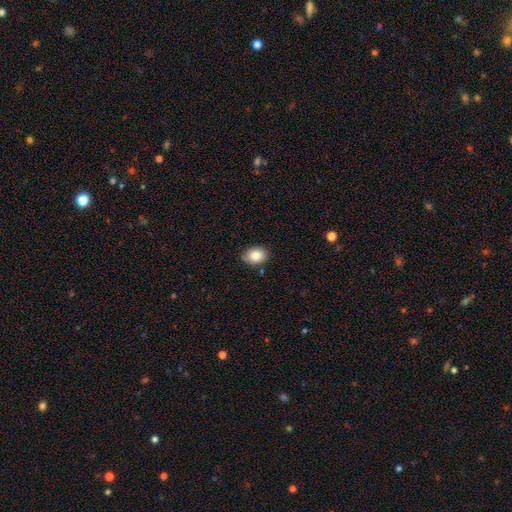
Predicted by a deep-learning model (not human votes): This is clearly a smooth galaxy (85%). How rounded: likely in between (67%). Merging: clearly none (81%).